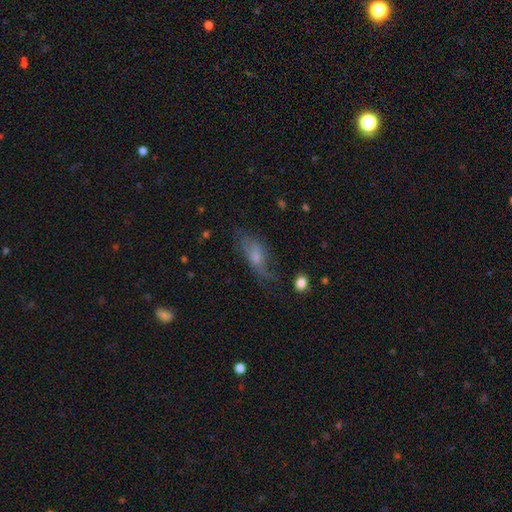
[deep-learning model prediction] The model was most divided on "smooth or featured": featured or disk: 45%, smooth: 43%, star or artifact: 12%. Remaining: merging — none (47%).